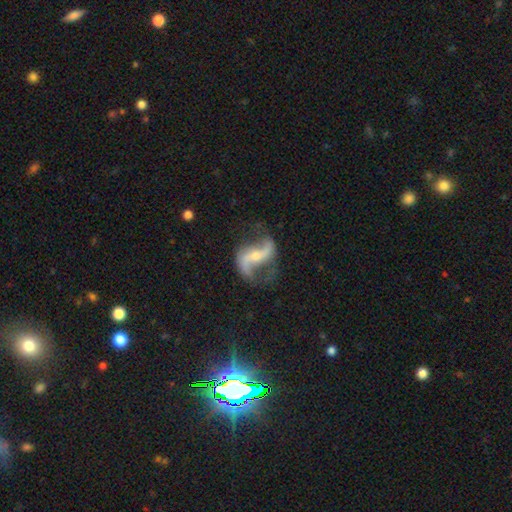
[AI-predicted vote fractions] A featured or disk galaxy (89%) with a weak bar (35%), 2 (93%) loose (78%) spiral arms (96%) and a small central bulge (54%).

Vote fractions:
- Smooth or featured? featured or disk: 89% / smooth: 6% / star or artifact: 5%
- Edge-on disk? no: 97% / yes: 3%
- Bar? weak: 35% / no: 33% / strong: 32%
- Spiral arms? yes: 96% / no: 4%
- Spiral winding? loose: 78% / medium: 17% / tight: 4%
- Spiral arm count? 2: 93% / 1: 2% / can't tell: 2% / 3: 1% / 4: 1% / more than 4: 1%
- Bulge size? small: 54% / moderate: 39% / none: 4% / large: 2% / dominant: 1%
- Merging? none: 71% / minor disturbance: 17% / major disturbance: 10% / merger: 2%